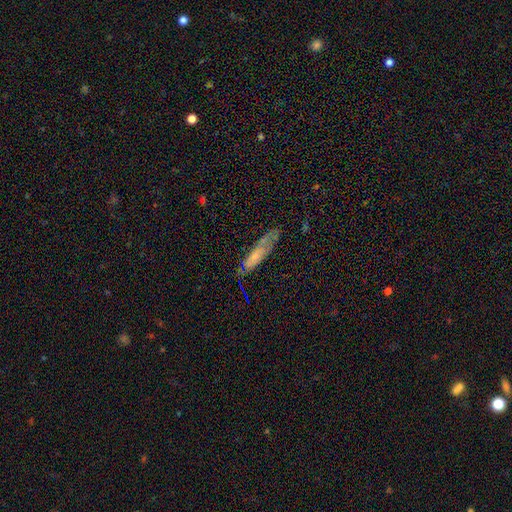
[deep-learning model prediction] A smooth galaxy with no disk features (51%) that is cigar-shaped (70%). Merging: none (63%).